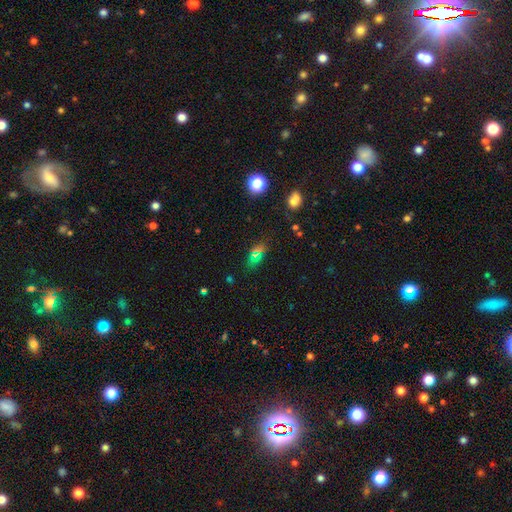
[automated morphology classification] smooth-or-featured: smooth: 57% | star or artifact: 30% | featured or disk: 12%
  how-rounded: in between: 76% | round: 15% | cigar-shaped: 9%
  merging: none: 78% | minor disturbance: 12% | merger: 5% | major disturbance: 5%